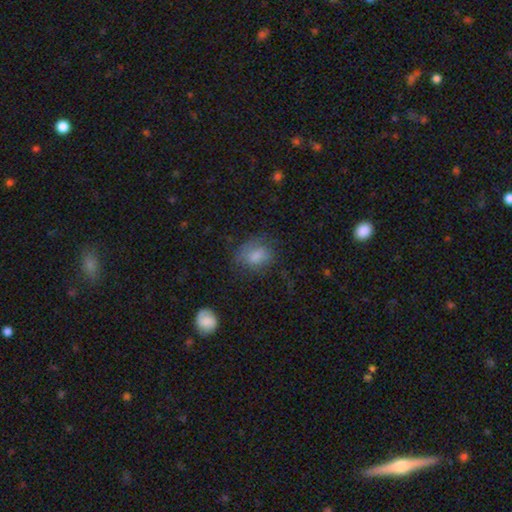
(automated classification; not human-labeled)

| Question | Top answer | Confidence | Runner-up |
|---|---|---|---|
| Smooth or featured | smooth | 71% | featured or disk (17%) |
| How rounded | in between | 59% | round (39%) |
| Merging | none | 59% | minor disturbance (26%) |